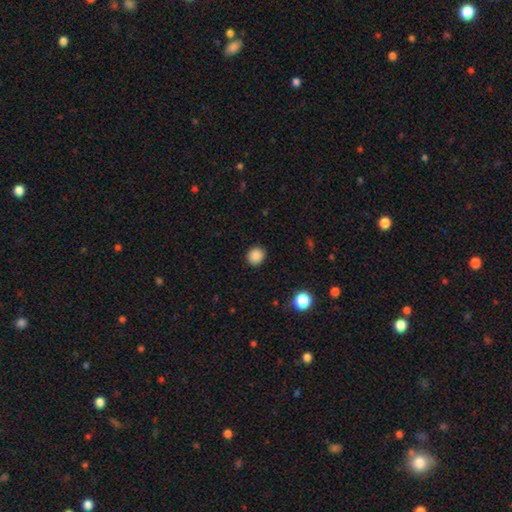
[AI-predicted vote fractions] smooth-or-featured: smooth: 87% | star or artifact: 10% | featured or disk: 3%
  how-rounded: round: 87% | in between: 13% | cigar-shaped: 1%
  merging: none: 90% | minor disturbance: 7% | major disturbance: 2% | merger: 1%